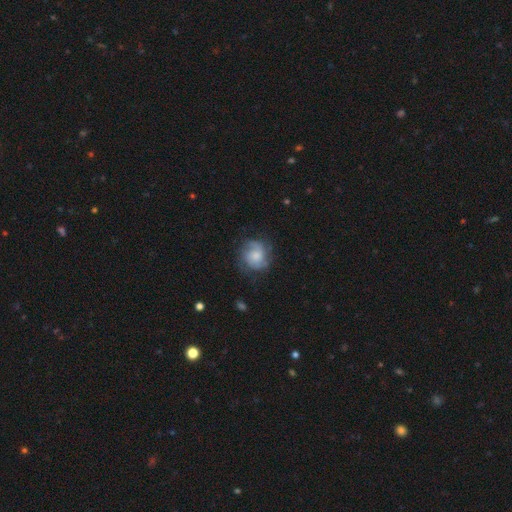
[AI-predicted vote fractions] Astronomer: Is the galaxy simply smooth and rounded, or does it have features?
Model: featured or disk — 51% (runner-up: smooth, 41%).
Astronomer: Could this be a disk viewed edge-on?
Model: no — 98%.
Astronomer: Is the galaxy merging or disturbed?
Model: none — 68%.